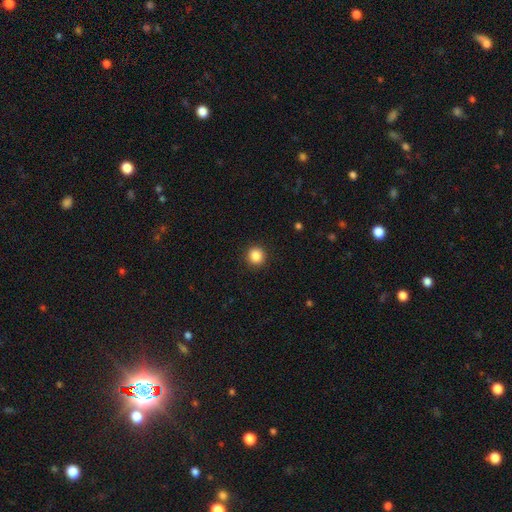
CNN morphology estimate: The model was most divided on "smooth or featured": smooth: 86%, star or artifact: 10%, featured or disk: 3%. More confident: how rounded — round (93%); merging — none (92%).